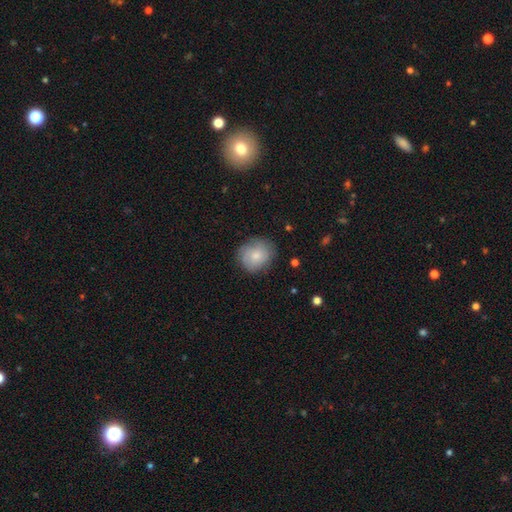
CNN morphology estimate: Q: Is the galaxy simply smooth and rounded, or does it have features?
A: smooth — 75%.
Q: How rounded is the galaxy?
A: round — 78%.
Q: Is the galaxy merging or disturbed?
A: none — 74%.